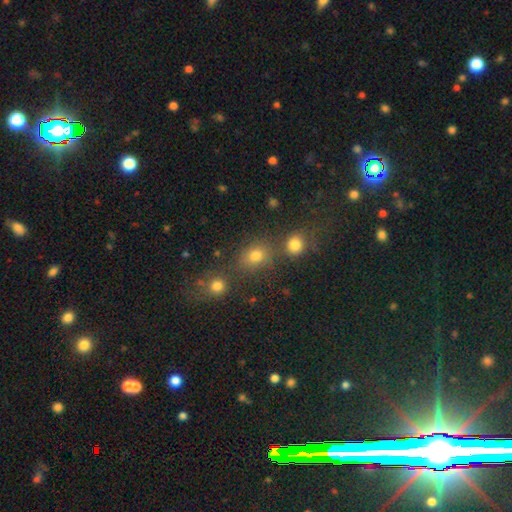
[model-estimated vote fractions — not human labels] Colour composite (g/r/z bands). It shows a smooth galaxy with no disk features (74%) that is round (59%). Merging: none (63%).